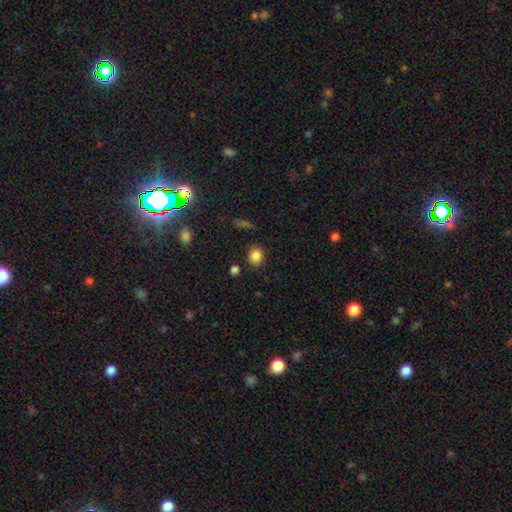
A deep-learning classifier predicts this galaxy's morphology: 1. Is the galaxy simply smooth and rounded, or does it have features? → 85% smooth, 11% star or artifact, 4% featured or disk.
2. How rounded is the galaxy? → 75% round, 24% in between, 1% cigar-shaped.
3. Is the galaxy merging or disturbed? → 85% none, 9% minor disturbance, 3% merger, 3% major disturbance.